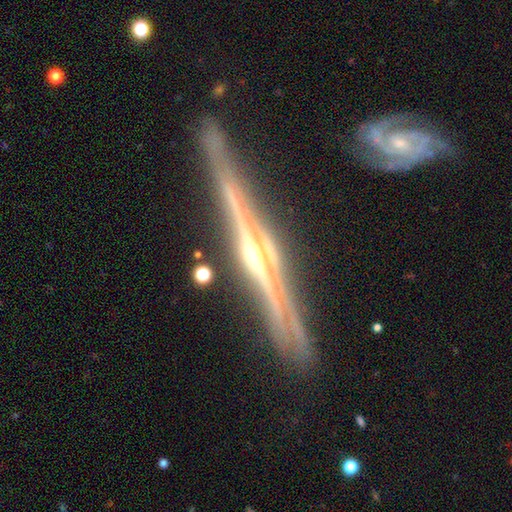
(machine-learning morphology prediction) smooth_or_featured: featured or disk (p=0.88) [alt: star or artifact p=0.07]
disk_edge_on: yes (p=0.97) [alt: no p=0.03]
edge_on_bulge: rounded (p=0.79) [alt: none p=0.11]
merging: none (p=0.86) [alt: minor disturbance p=0.09]